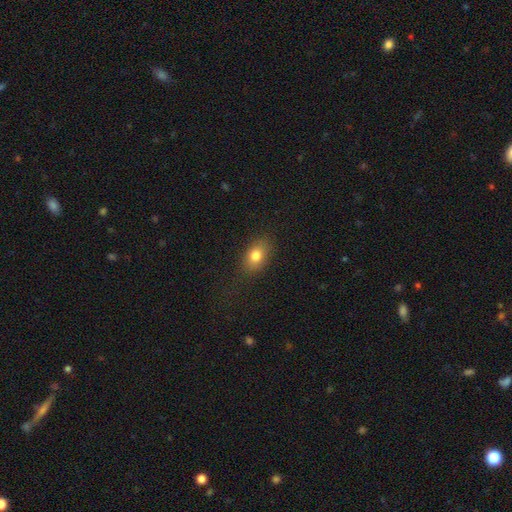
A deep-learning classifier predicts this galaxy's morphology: smooth_or_featured: smooth (p=0.79) [alt: featured or disk p=0.11]
how_rounded: in between (p=0.76) [alt: round p=0.21]
merging: none (p=0.80) [alt: minor disturbance p=0.14]